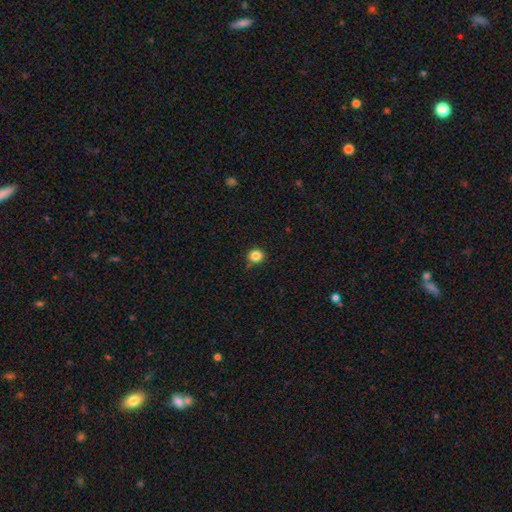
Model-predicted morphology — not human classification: A smooth galaxy with no disk features (84%) that is round (89%).

Vote fractions:
- Smooth or featured? smooth: 84% / star or artifact: 12% / featured or disk: 4%
- How rounded? round: 89% / in between: 10% / cigar-shaped: 1%
- Merging? none: 84% / minor disturbance: 11% / merger: 3% / major disturbance: 2%